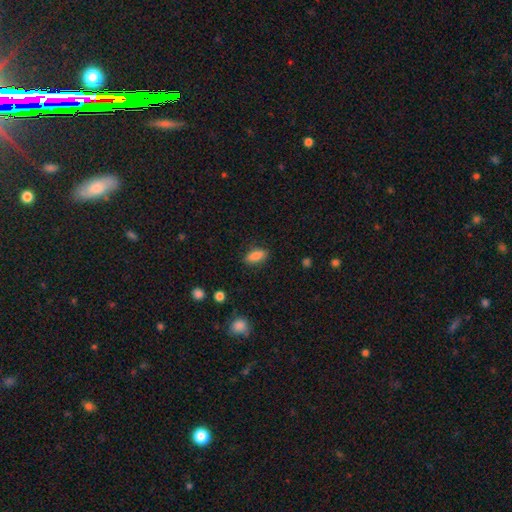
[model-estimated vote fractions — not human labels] This appears to be a smooth galaxy with no disk features (85%) that is in between round and cigar-shaped (82%). Merging: none (85%).